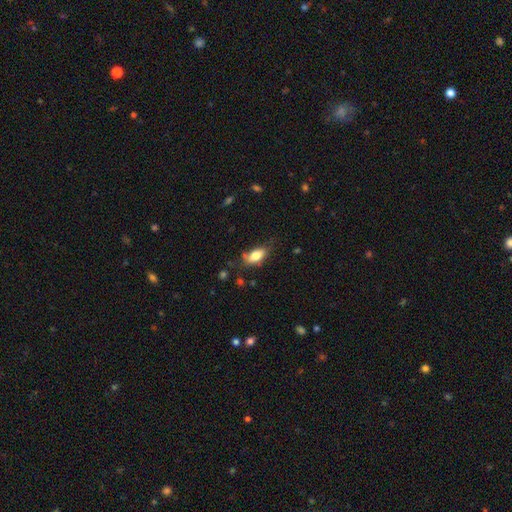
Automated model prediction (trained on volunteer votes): smooth_or_featured: smooth (p=0.79) [alt: featured or disk p=0.13]
how_rounded: in between (p=0.87) [alt: cigar-shaped p=0.08]
merging: none (p=0.62) [alt: minor disturbance p=0.27]